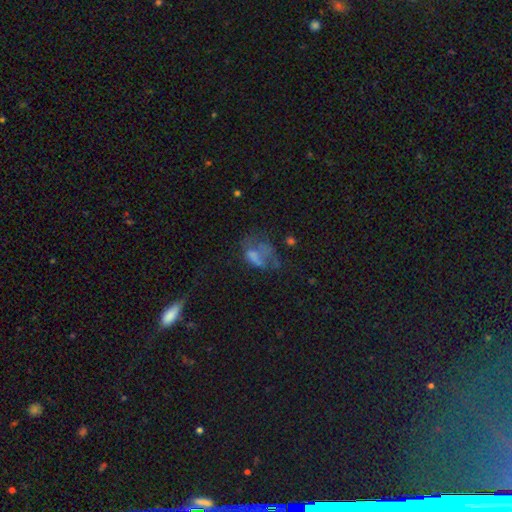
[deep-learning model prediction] smooth-or-featured: smooth: 43% | featured or disk: 39% | star or artifact: 18%
  merging: major disturbance: 44% | none: 25% | minor disturbance: 18% | merger: 13%